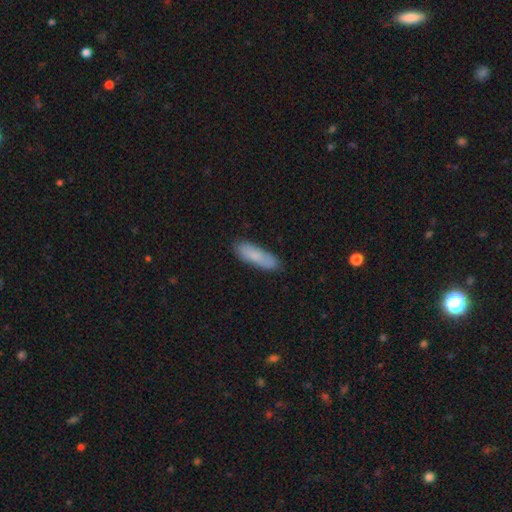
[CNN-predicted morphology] smooth-or-featured: smooth: 81% | featured or disk: 13% | star or artifact: 6%
  how-rounded: cigar-shaped: 53% | in between: 45% | round: 2%
  merging: none: 80% | minor disturbance: 16% | major disturbance: 3% | merger: 2%